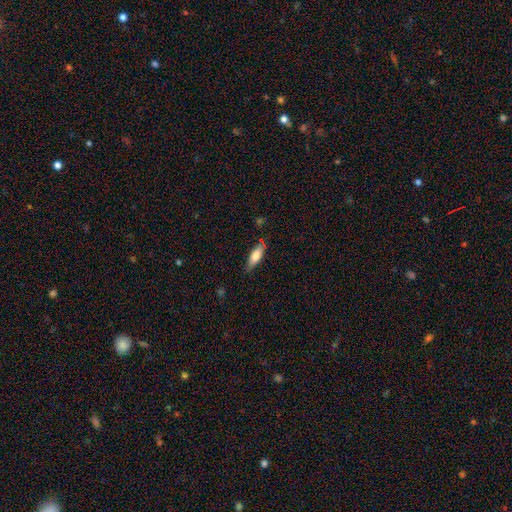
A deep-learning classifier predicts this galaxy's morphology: Smooth or featured? smooth (74%)
How rounded? in between (66%)
Merging? none (75%)